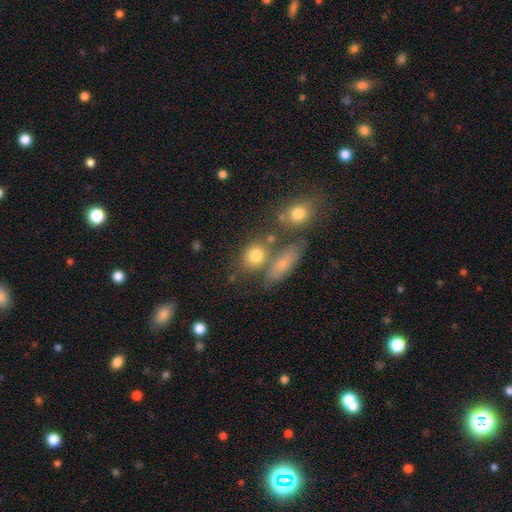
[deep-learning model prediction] Smooth or featured?
  - smooth: 77% *
  - featured or disk: 11%
  - star or artifact: 11%
How rounded?
  - round: 59% *
  - in between: 37%
  - cigar-shaped: 5%
Merging?
  - none: 57% *
  - merger: 24%
  - minor disturbance: 13%
  - major disturbance: 6%